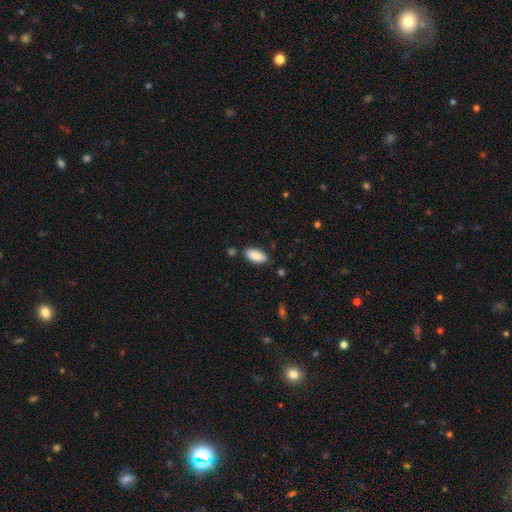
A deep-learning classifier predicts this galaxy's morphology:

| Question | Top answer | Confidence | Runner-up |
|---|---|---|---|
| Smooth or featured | smooth | 89% | star or artifact (6%) |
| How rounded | in between | 90% | cigar-shaped (9%) |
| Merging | none | 82% | minor disturbance (12%) |